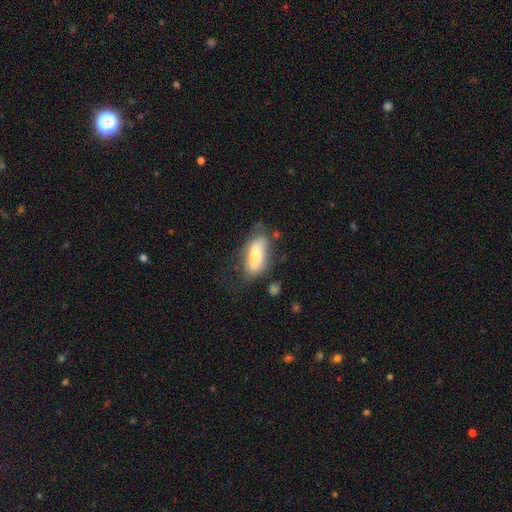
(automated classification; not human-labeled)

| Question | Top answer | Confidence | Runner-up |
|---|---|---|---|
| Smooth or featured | smooth | 62% | featured or disk (32%) |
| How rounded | in between | 75% | cigar-shaped (22%) |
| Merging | none | 58% | minor disturbance (25%) |